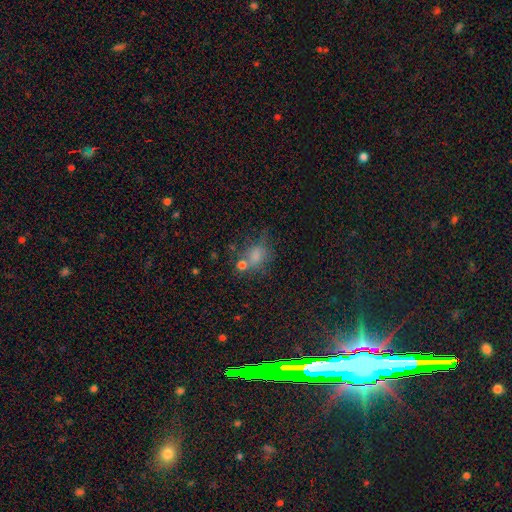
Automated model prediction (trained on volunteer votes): smooth-or-featured: smooth: 67% | star or artifact: 19% | featured or disk: 14%
  how-rounded: in between: 57% | round: 41% | cigar-shaped: 2%
  merging: none: 40% | merger: 22% | minor disturbance: 20% | major disturbance: 18%